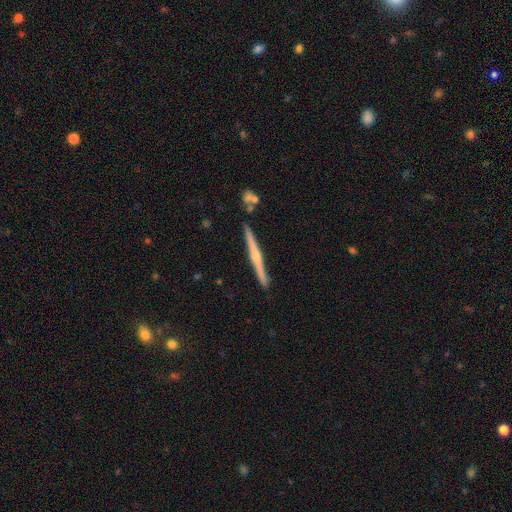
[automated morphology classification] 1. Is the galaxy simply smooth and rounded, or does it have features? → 66% featured or disk, 25% smooth, 9% star or artifact.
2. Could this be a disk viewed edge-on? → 96% yes, 4% no.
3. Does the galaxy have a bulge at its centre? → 64% rounded, 27% none, 10% boxy.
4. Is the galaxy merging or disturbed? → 80% none, 11% minor disturbance, 5% merger, 3% major disturbance.